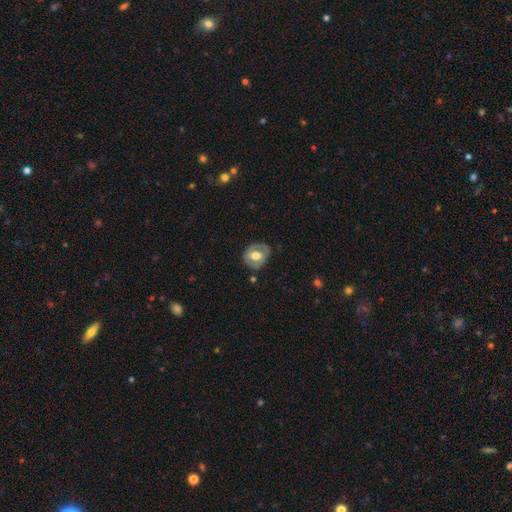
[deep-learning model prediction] Morphology: type=featured or disk (53%); edge-on=no (94%); merging=none (72%).